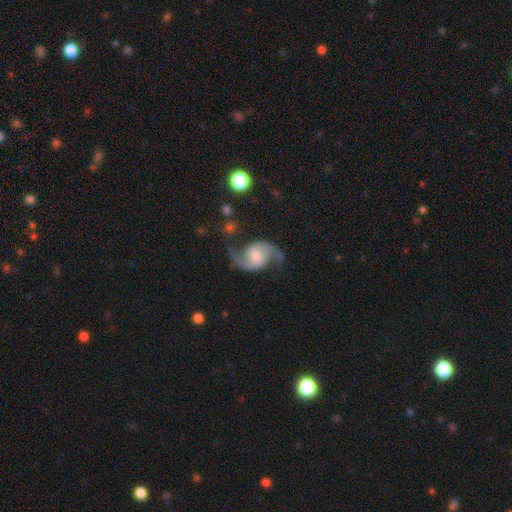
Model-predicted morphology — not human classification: type=featured or disk (91%); edge-on=no (98%); bar=weak (49%); spiral arms=yes (98%); winding=loose (55%); arm count=2 (94%); bulge=moderate (51%); merging=none (77%).